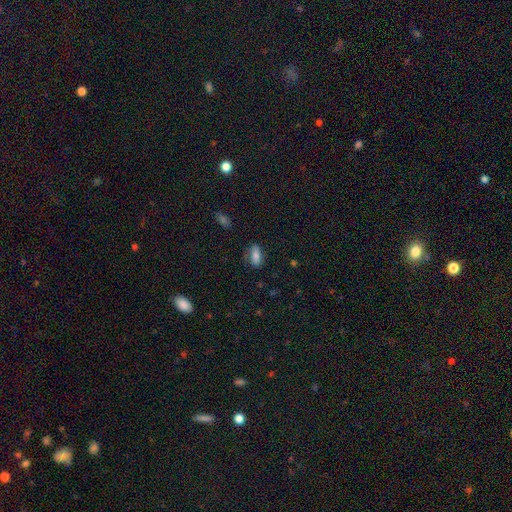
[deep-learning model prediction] smooth 76%, featured or disk 15%, star or artifact 9%. Down the decision tree: how rounded — in between (80%); merging — none (70%).